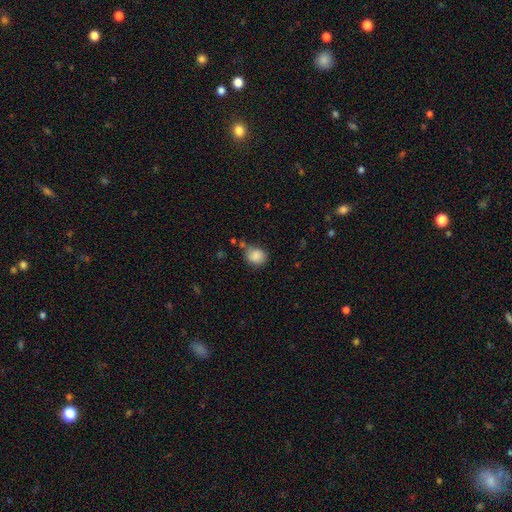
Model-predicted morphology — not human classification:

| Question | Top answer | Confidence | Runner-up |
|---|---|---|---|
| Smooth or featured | smooth | 86% | star or artifact (9%) |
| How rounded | round | 67% | in between (32%) |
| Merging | none | 64% | minor disturbance (23%) |